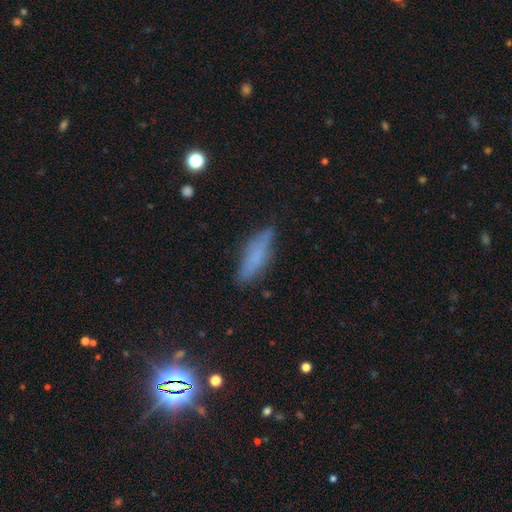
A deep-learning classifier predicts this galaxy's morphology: type=smooth (63%); roundness=cigar-shaped (64%); merging=none (75%).